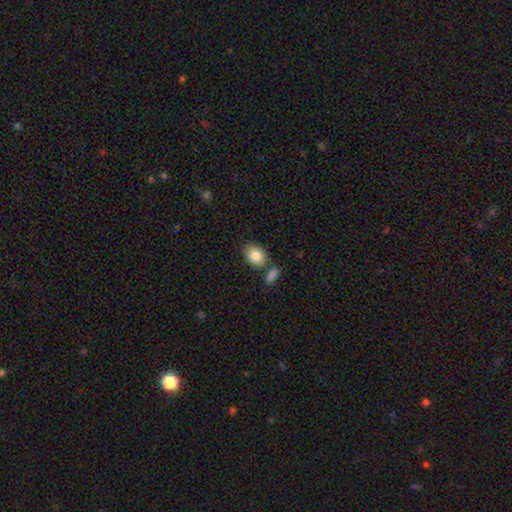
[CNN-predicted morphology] smooth_or_featured: smooth (p=0.85) [alt: featured or disk p=0.08]
how_rounded: in between (p=0.72) [alt: round p=0.26]
merging: none (p=0.67) [alt: merger p=0.17]